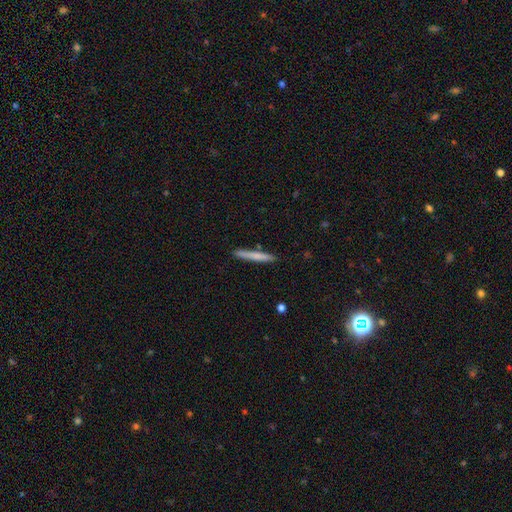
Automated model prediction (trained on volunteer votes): smooth 71%, featured or disk 23%, star or artifact 6%. Down the decision tree: how rounded — cigar-shaped (96%); merging — none (88%).